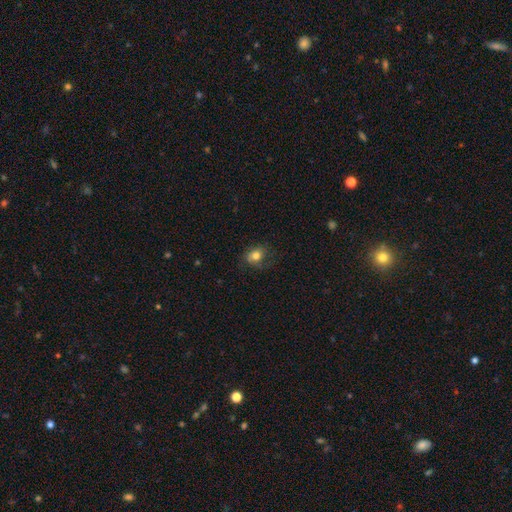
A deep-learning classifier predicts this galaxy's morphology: smooth-or-featured: smooth: 77% | featured or disk: 13% | star or artifact: 11%
  how-rounded: in between: 58% | round: 41% | cigar-shaped: 1%
  merging: none: 66% | minor disturbance: 22% | major disturbance: 11% | merger: 1%